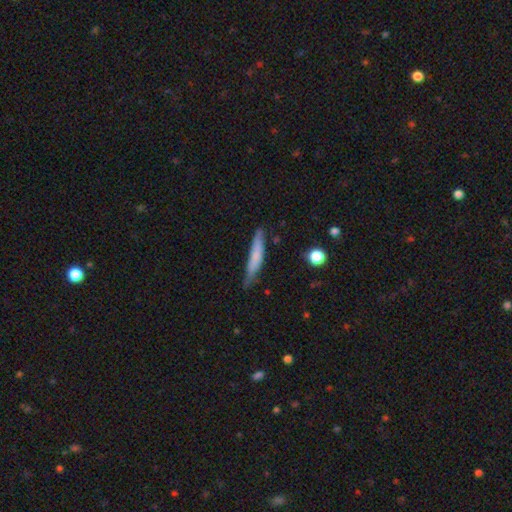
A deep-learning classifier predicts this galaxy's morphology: type=smooth (66%); roundness=cigar-shaped (90%); merging=none (66%).